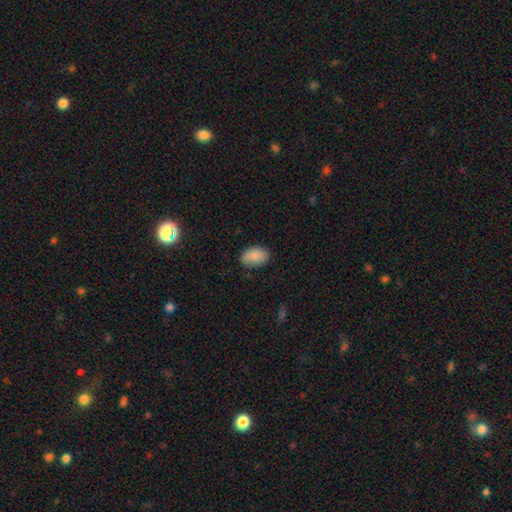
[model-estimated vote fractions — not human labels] This is clearly a smooth galaxy (87%). How rounded: clearly in between (89%). Merging: clearly none (82%).